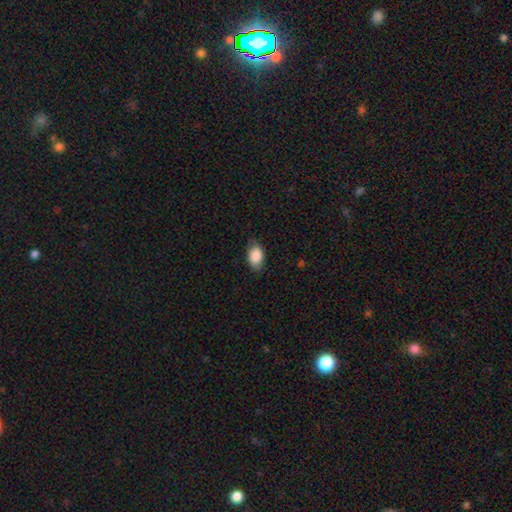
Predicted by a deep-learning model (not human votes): A smooth galaxy with no disk features (88%) that is in between round and cigar-shaped (88%). Merging: none (78%).